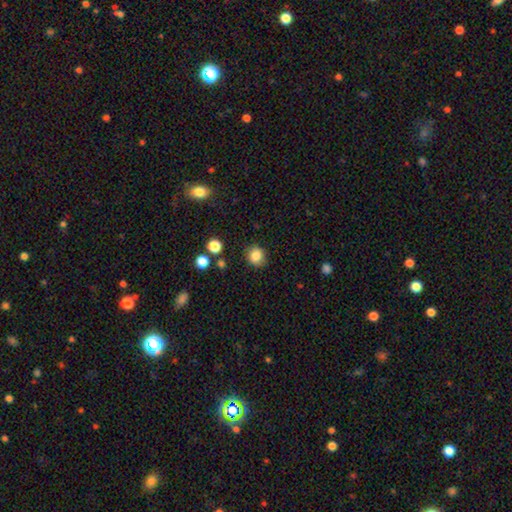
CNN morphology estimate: Smooth or featured? Predicted: smooth (p=0.84). How rounded? Predicted: round (p=0.82). Merging? Predicted: none (p=0.87).